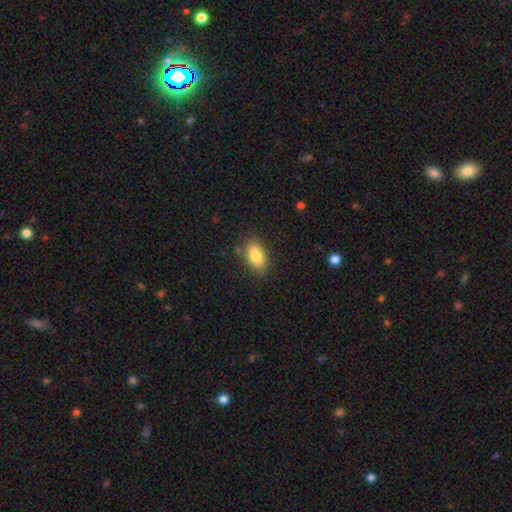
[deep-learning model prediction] Smooth or featured?
  - smooth: 83% *
  - featured or disk: 9%
  - star or artifact: 8%
How rounded?
  - in between: 89% *
  - round: 8%
  - cigar-shaped: 3%
Merging?
  - none: 83% *
  - minor disturbance: 13%
  - major disturbance: 3%
  - merger: 2%